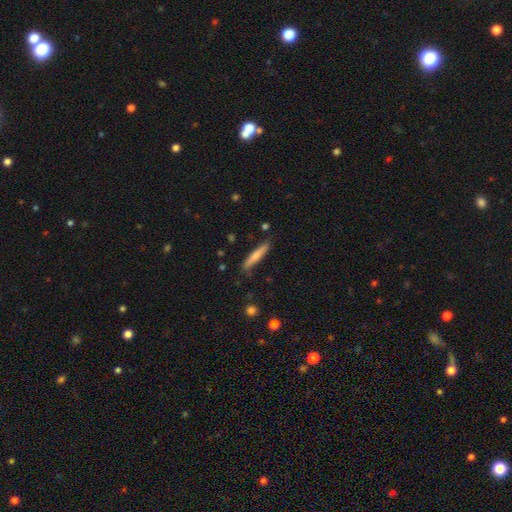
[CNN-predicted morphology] A smooth galaxy with no disk features (69%) that is cigar-shaped (91%). Merging: none (82%).